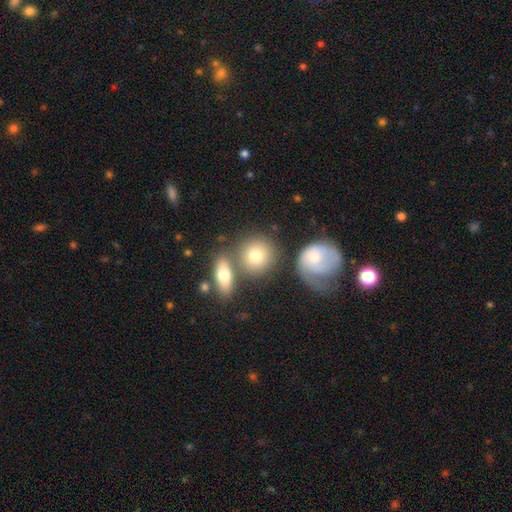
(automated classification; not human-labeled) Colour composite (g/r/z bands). It shows a smooth galaxy with no disk features (75%) that is round (79%). Merging: none (60%).